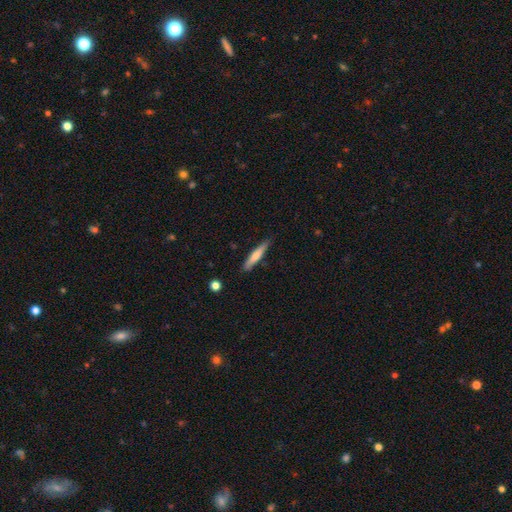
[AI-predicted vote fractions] Smooth or featured?
  - smooth: 60% *
  - featured or disk: 34%
  - star or artifact: 6%
How rounded?
  - cigar-shaped: 90% *
  - in between: 9%
  - round: 1%
Merging?
  - none: 87% *
  - minor disturbance: 10%
  - major disturbance: 2%
  - merger: 2%